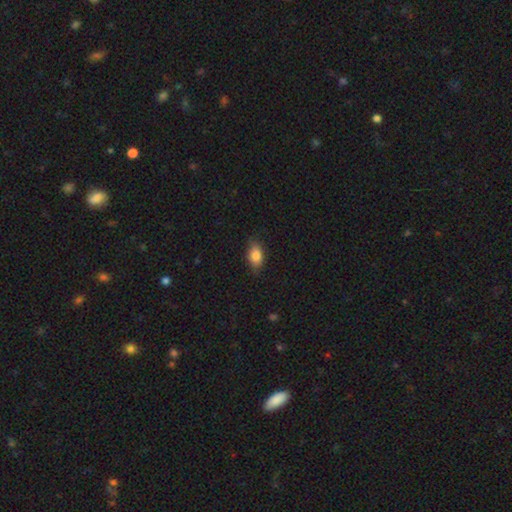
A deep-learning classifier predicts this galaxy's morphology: Q: Smooth or featured?
A: smooth (82%); runner-up: featured or disk (10%)
Q: How rounded?
A: in between (86%); runner-up: round (10%)
Q: Merging?
A: none (80%); runner-up: minor disturbance (16%)